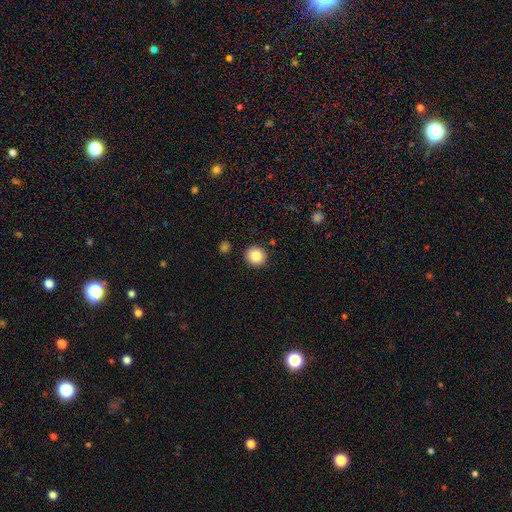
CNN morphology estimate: This is clearly a smooth galaxy (86%). How rounded: clearly round (89%). Merging: clearly none (90%).